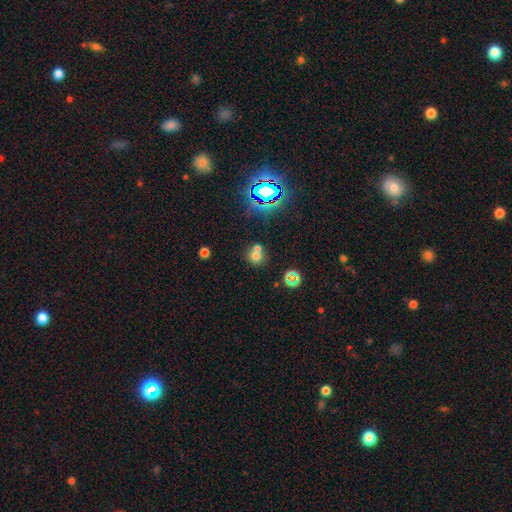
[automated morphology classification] This is likely a smooth galaxy (61%). How rounded: clearly round (86%). Merging: possibly none (49%).